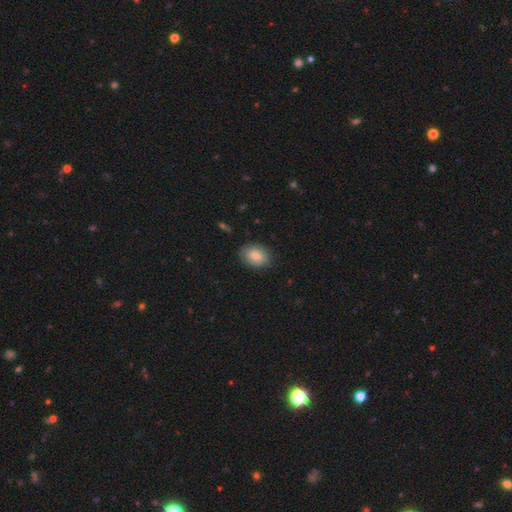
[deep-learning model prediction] This appears to be a smooth galaxy with no disk features (80%) that is in between round and cigar-shaped (71%). Merging: none (83%).